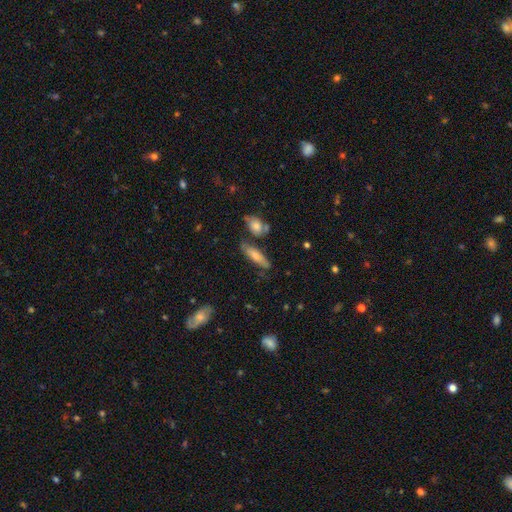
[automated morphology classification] Smooth or featured?
  - smooth: 63% *
  - featured or disk: 30%
  - star or artifact: 7%
How rounded?
  - cigar-shaped: 65% *
  - in between: 32%
  - round: 3%
Merging?
  - none: 66% *
  - minor disturbance: 18%
  - merger: 11%
  - major disturbance: 5%